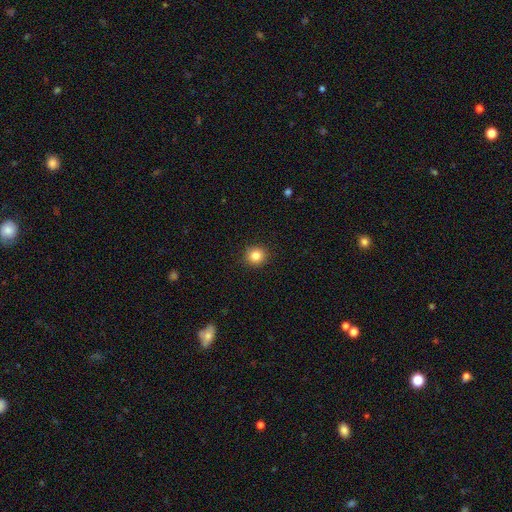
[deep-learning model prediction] Smooth or featured?
  - smooth: 84% *
  - star or artifact: 11%
  - featured or disk: 5%
How rounded?
  - round: 91% *
  - in between: 8%
  - cigar-shaped: 1%
Merging?
  - none: 91% *
  - minor disturbance: 6%
  - major disturbance: 2%
  - merger: 1%